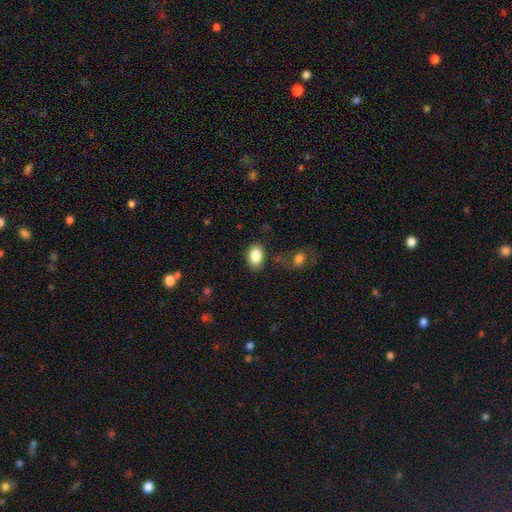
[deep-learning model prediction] A smooth galaxy with no disk features (86%) that is in between round and cigar-shaped (87%).

Vote fractions:
- Smooth or featured? smooth: 86% / star or artifact: 8% / featured or disk: 6%
- How rounded? in between: 87% / round: 12% / cigar-shaped: 1%
- Merging? none: 80% / minor disturbance: 13% / major disturbance: 4% / merger: 3%